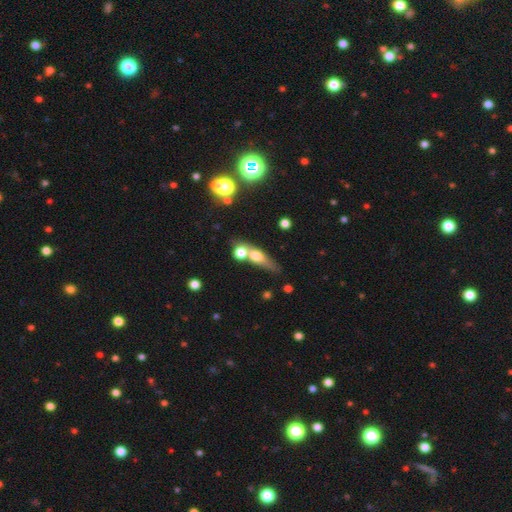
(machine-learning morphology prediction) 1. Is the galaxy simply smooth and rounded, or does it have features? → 55% smooth, 33% featured or disk, 12% star or artifact.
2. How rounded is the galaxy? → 41% cigar-shaped, 40% in between, 19% round.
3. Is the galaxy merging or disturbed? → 43% none, 35% merger, 14% minor disturbance, 8% major disturbance.